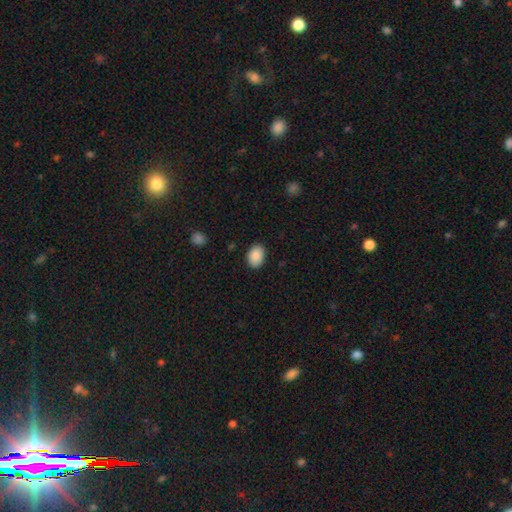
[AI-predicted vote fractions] The model was most divided on "how rounded": in between: 81%, round: 18%, cigar-shaped: 1%. More confident: smooth or featured — smooth (89%); merging — none (88%).